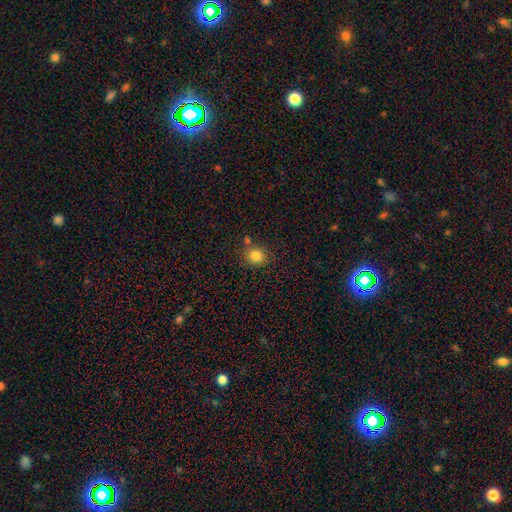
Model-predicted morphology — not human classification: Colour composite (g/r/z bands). It shows a smooth galaxy with no disk features (85%) that is round (83%). Merging: none (73%).